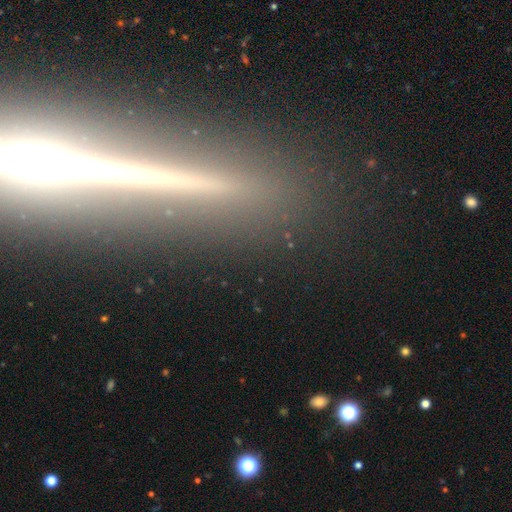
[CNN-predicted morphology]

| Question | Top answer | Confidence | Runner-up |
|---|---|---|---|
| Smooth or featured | featured or disk | 69% | star or artifact (19%) |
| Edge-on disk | yes | 93% | no (7%) |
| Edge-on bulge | none | 55% | rounded (30%) |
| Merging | none | 87% | minor disturbance (8%) |